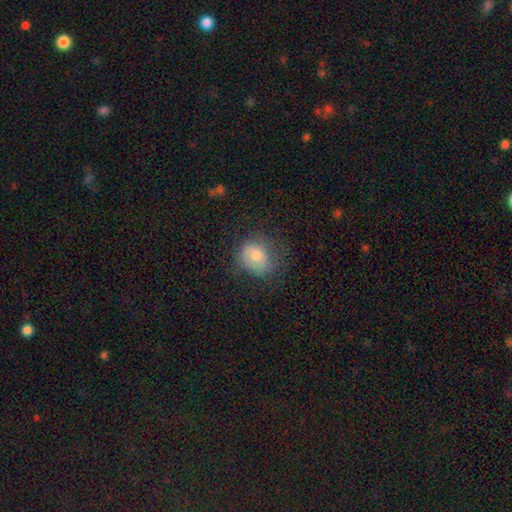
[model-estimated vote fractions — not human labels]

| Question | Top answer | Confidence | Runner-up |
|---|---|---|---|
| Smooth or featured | smooth | 73% | featured or disk (18%) |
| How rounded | round | 60% | in between (39%) |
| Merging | none | 60% | minor disturbance (26%) |